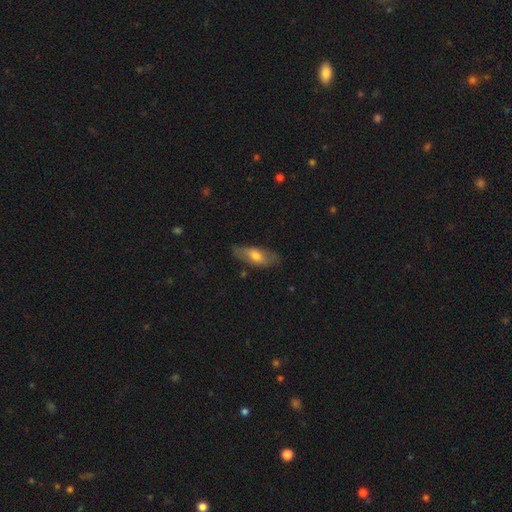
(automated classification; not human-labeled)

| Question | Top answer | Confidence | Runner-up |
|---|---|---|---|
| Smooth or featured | smooth | 60% | featured or disk (34%) |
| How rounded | in between | 74% | cigar-shaped (23%) |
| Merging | none | 75% | minor disturbance (19%) |